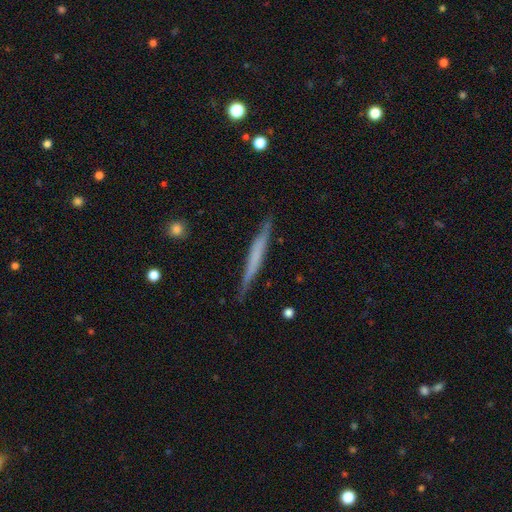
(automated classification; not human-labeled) Smooth or featured? Predicted: featured or disk (p=0.49). Merging? Predicted: none (p=0.85).